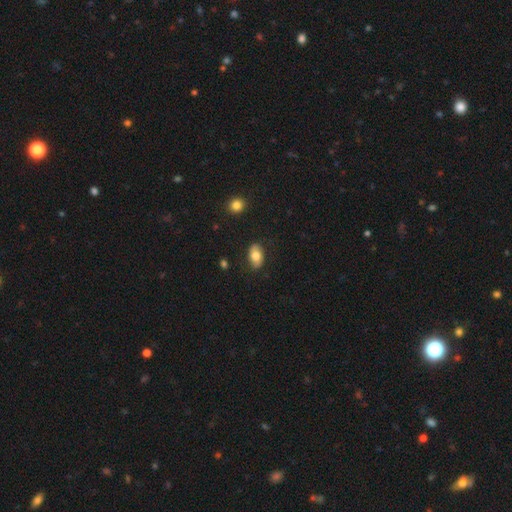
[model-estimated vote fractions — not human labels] smooth-or-featured: smooth: 74% | featured or disk: 19% | star or artifact: 7%
  how-rounded: in between: 91% | round: 7% | cigar-shaped: 2%
  merging: none: 84% | minor disturbance: 12% | major disturbance: 3% | merger: 1%